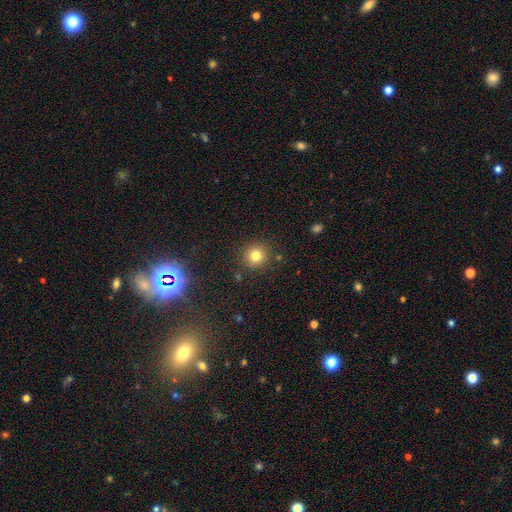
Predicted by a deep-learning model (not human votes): Smooth or featured? Predicted: smooth (p=0.79). How rounded? Predicted: round (p=0.93). Merging? Predicted: none (p=0.87).